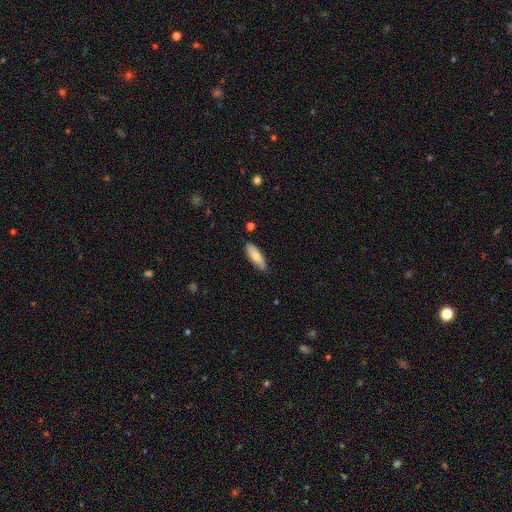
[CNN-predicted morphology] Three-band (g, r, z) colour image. It shows a smooth galaxy with no disk features (77%) that is in between round and cigar-shaped (59%). Merging: none (84%).